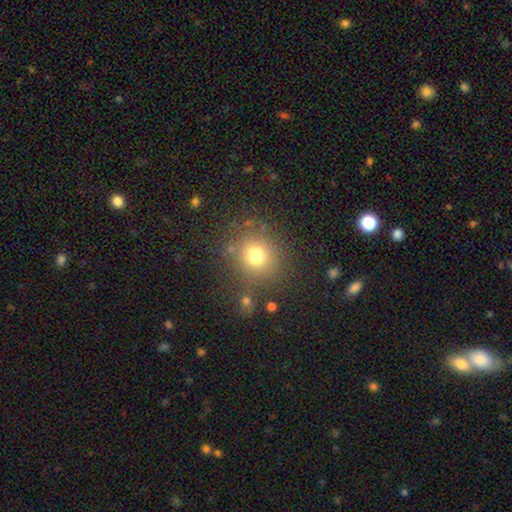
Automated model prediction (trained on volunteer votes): smooth_or_featured: smooth (p=0.73) [alt: star or artifact p=0.17]
how_rounded: round (p=0.88) [alt: in between p=0.11]
merging: none (p=0.79) [alt: minor disturbance p=0.11]